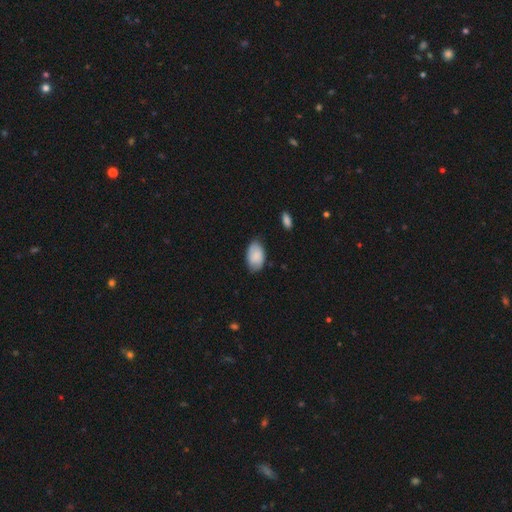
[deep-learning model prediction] Morphology: type=smooth (80%); roundness=in between (93%); merging=none (77%).